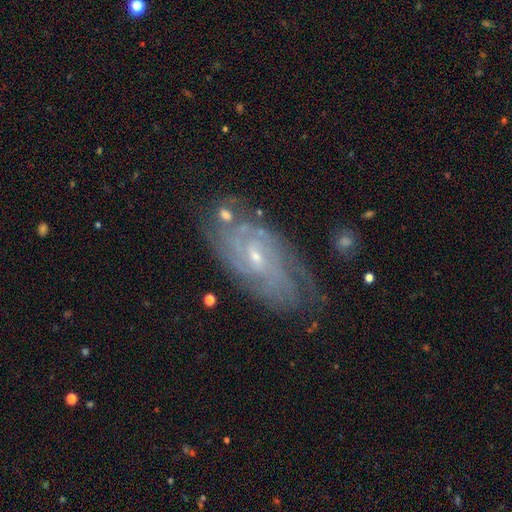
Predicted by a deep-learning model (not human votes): smooth-or-featured: featured or disk: 84% | smooth: 8% | star or artifact: 7%
  disk-edge-on: no: 94% | yes: 6%
    bar: no: 48% | weak: 42% | strong: 10%
    has-spiral-arms: yes: 95% | no: 5%
      spiral-winding: tight: 69% | medium: 25% | loose: 6%
      spiral-arm-count: can't tell: 37% | 4: 18% | 2: 16% | 3: 15% | more than 4: 9% | 1: 6%
    bulge-size: small: 74% | moderate: 22% | none: 2% | large: 1% | dominant: 1%
  merging: none: 72% | minor disturbance: 18% | major disturbance: 6% | merger: 3%